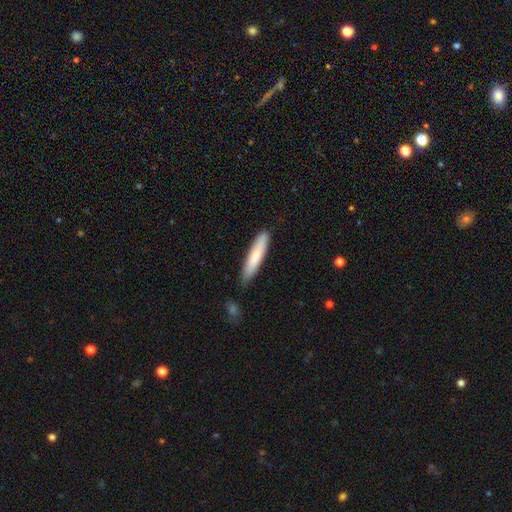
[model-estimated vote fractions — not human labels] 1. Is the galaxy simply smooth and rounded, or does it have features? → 76% smooth, 18% featured or disk, 5% star or artifact.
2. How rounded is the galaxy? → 89% cigar-shaped, 10% in between, 1% round.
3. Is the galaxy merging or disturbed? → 85% none, 12% minor disturbance, 2% major disturbance, 2% merger.